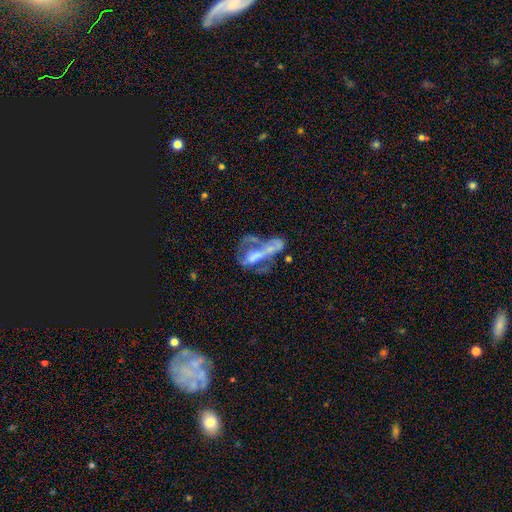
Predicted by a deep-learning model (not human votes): smooth_or_featured: featured or disk (p=0.59) [alt: smooth p=0.28]
disk_edge_on: no (p=0.89) [alt: yes p=0.11]
bar: no (p=0.66) [alt: strong p=0.17]
has_spiral_arms: no (p=0.78) [alt: yes p=0.22]
bulge_size: none (p=0.46) [alt: moderate p=0.22]
merging: major disturbance (p=0.38) [alt: merger p=0.30]